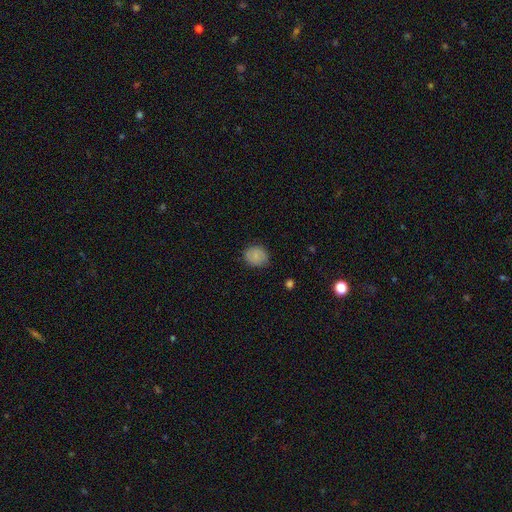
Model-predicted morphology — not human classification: Smooth or featured? smooth (79%)
How rounded? round (70%)
Merging? none (82%)